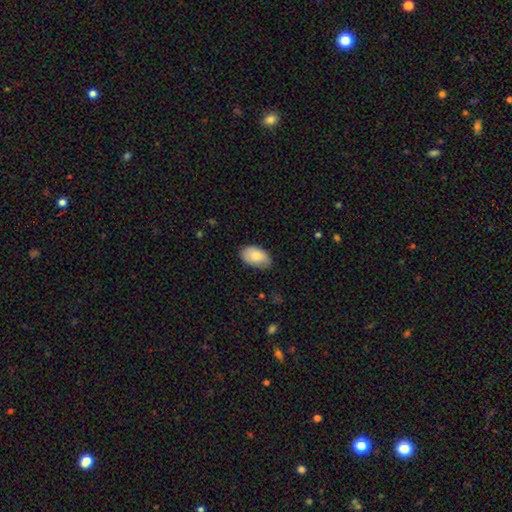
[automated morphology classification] Smooth or featured?
  - smooth: 81% *
  - featured or disk: 13%
  - star or artifact: 6%
How rounded?
  - in between: 93% *
  - round: 6%
  - cigar-shaped: 1%
Merging?
  - none: 73% *
  - minor disturbance: 23%
  - major disturbance: 3%
  - merger: 1%